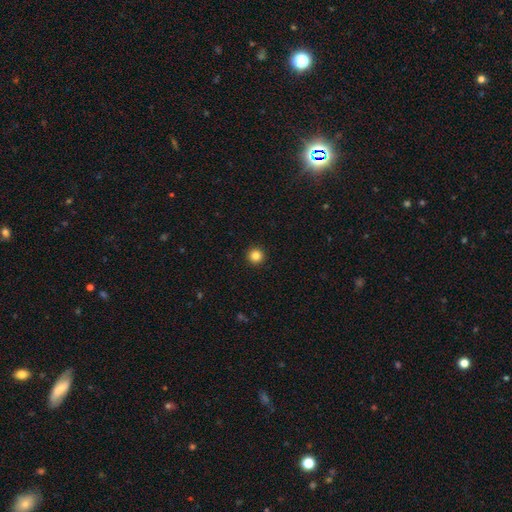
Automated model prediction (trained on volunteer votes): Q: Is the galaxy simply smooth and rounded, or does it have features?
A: smooth — 84%.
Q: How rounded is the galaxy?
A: round — 97%.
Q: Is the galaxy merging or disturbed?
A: none — 94%.